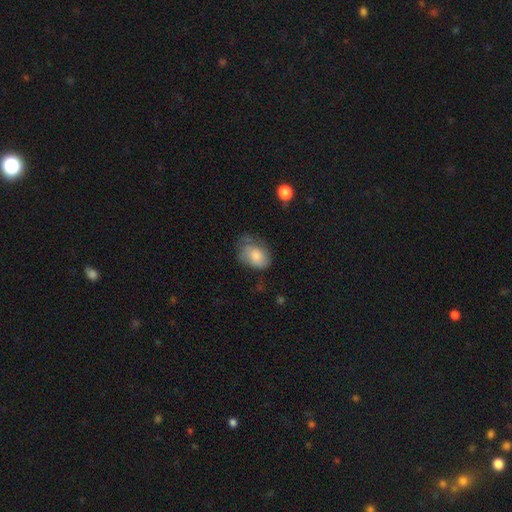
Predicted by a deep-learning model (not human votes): smooth_or_featured: smooth (p=0.74) [alt: featured or disk p=0.18]
how_rounded: in between (p=0.78) [alt: round p=0.21]
merging: none (p=0.42) [alt: minor disturbance p=0.36]